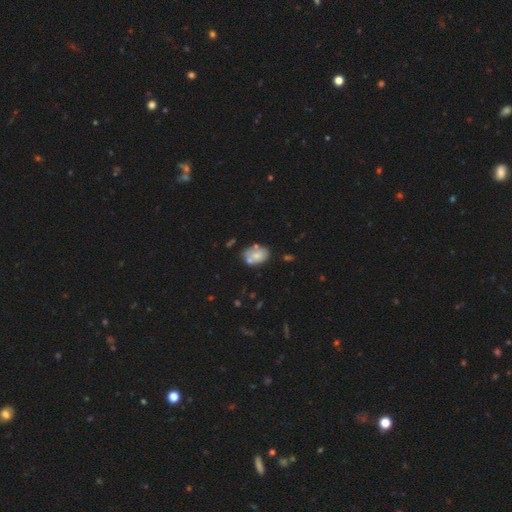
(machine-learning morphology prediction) A smooth galaxy with no disk features (61%) that is in between round and cigar-shaped (79%). Merging: none (50%).